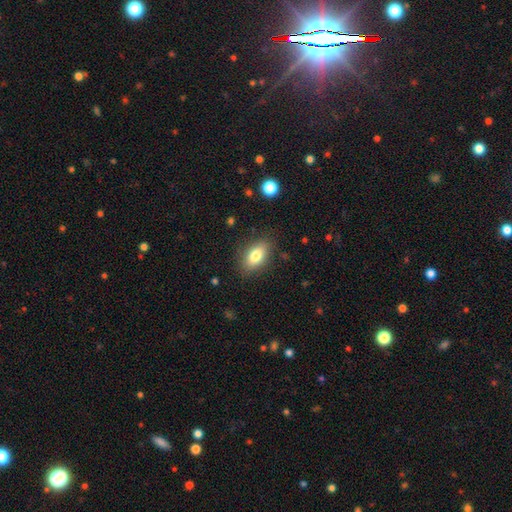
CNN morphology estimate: This is likely a smooth galaxy (79%). How rounded: clearly in between (87%). Merging: clearly none (84%).